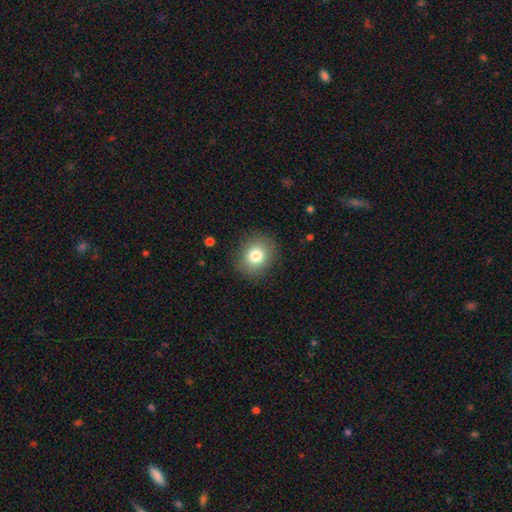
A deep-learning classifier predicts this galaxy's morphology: This is clearly a smooth galaxy (81%). How rounded: likely round (70%). Merging: clearly none (87%).